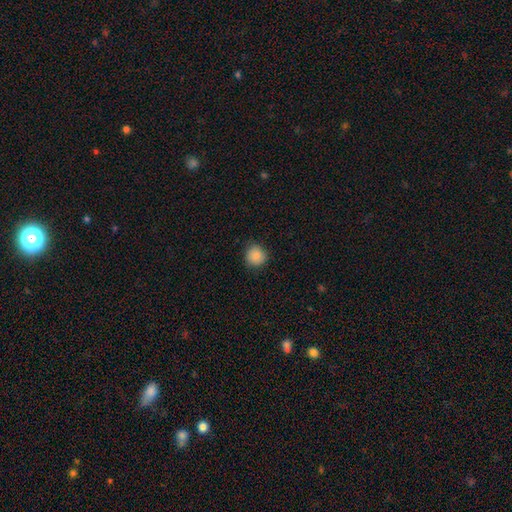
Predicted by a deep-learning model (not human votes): Q: Smooth or featured?
A: smooth (87%); runner-up: star or artifact (9%)
Q: How rounded?
A: round (92%); runner-up: in between (7%)
Q: Merging?
A: none (86%); runner-up: minor disturbance (11%)